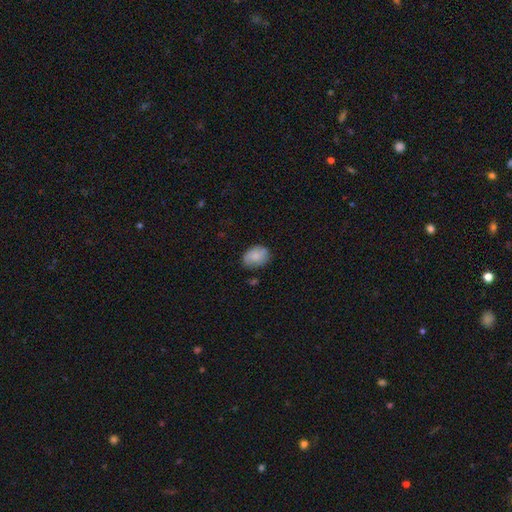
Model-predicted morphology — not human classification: type=smooth (80%); roundness=in between (79%); merging=none (72%).